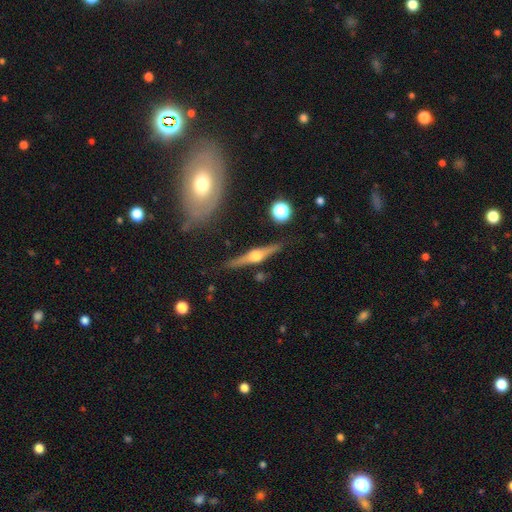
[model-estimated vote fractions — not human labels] Overall: featured or disk (78%). Edge-on disk: yes (97%). Edge-on bulge: rounded (94%). Merging: none (88%).